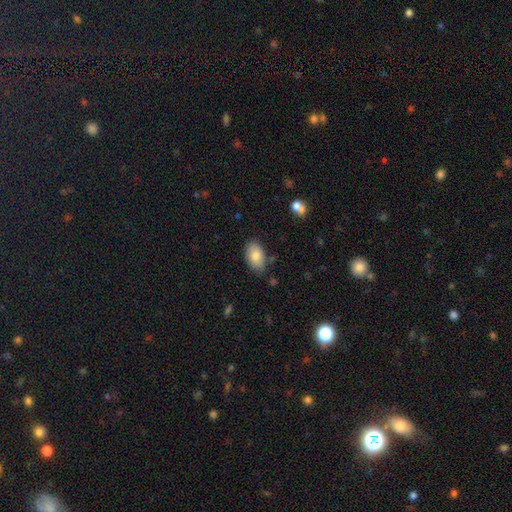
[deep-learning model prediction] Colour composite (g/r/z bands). It shows a smooth galaxy with no disk features (80%) that is in between round and cigar-shaped (92%). Merging: none (78%).